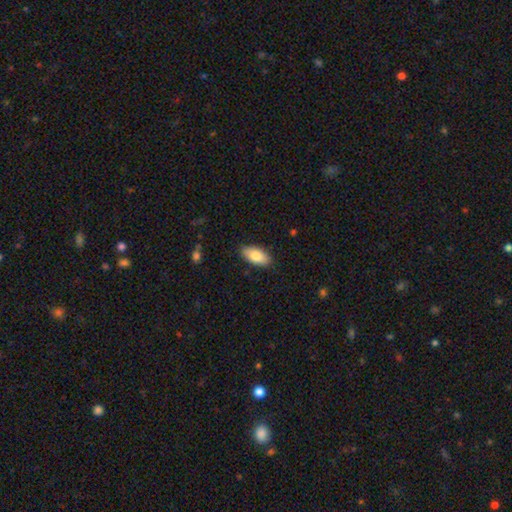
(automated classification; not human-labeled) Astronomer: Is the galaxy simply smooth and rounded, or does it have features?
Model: smooth — 79%.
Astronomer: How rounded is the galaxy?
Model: in between — 92%.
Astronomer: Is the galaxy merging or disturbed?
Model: none — 87%.